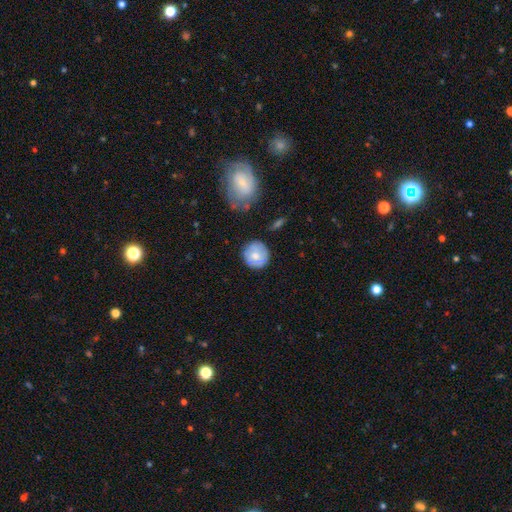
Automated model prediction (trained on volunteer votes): Smooth or featured: smooth — 61% (featured or disk — 32%)
How rounded: round — 90% (in between — 9%)
Merging: none — 75% (minor disturbance — 18%)